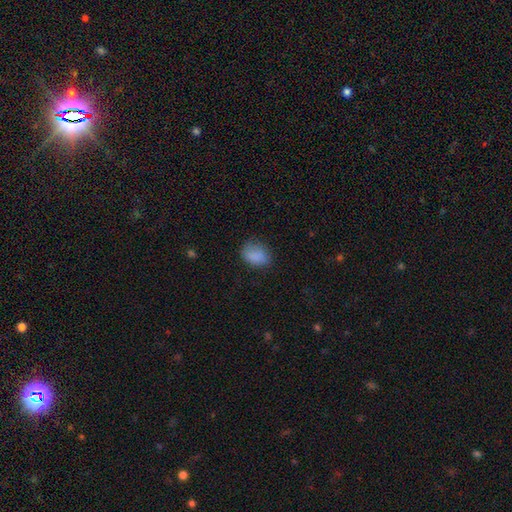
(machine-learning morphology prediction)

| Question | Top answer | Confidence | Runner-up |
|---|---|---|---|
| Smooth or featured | smooth | 84% | star or artifact (9%) |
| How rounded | in between | 74% | round (25%) |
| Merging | none | 69% | minor disturbance (23%) |